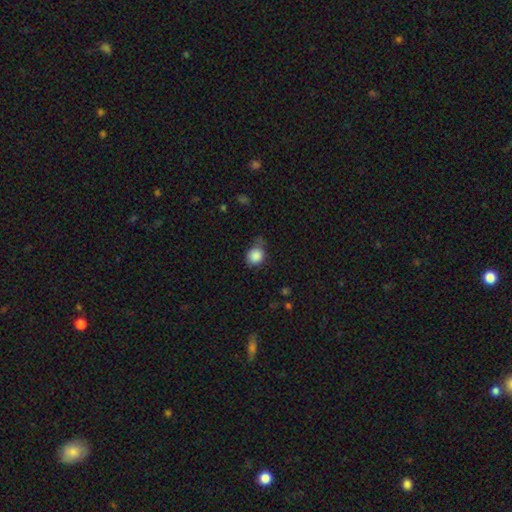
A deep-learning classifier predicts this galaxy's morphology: Smooth or featured? Predicted: smooth (p=0.87). How rounded? Predicted: round (p=0.74). Merging? Predicted: none (p=0.55).